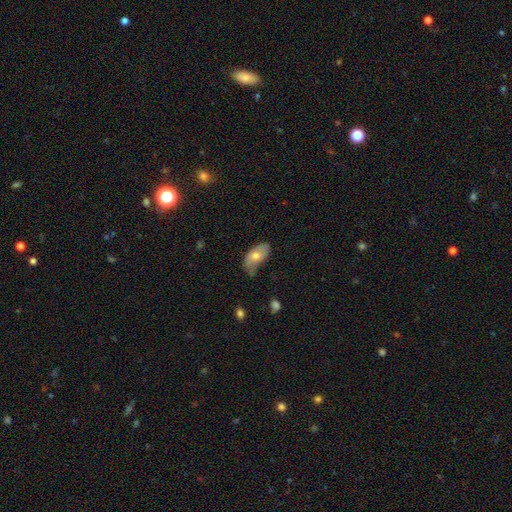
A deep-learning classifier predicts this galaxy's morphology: smooth 65%, featured or disk 28%, star or artifact 7%. Down the decision tree: how rounded — in between (93%); merging — minor disturbance (43%).